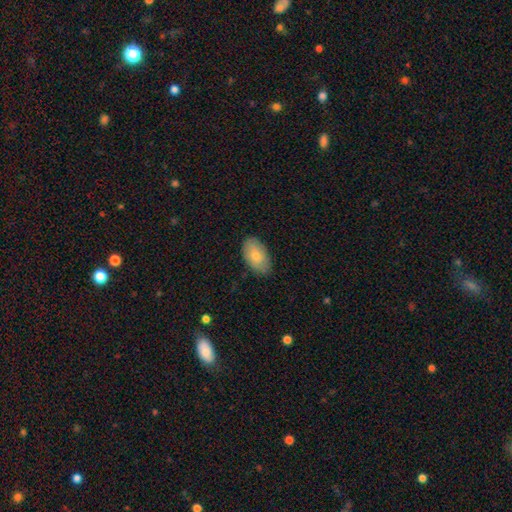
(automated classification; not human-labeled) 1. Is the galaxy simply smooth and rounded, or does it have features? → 80% smooth, 14% featured or disk, 6% star or artifact.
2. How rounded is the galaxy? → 94% in between, 5% round, 2% cigar-shaped.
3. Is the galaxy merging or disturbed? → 82% none, 14% minor disturbance, 2% major disturbance, 1% merger.